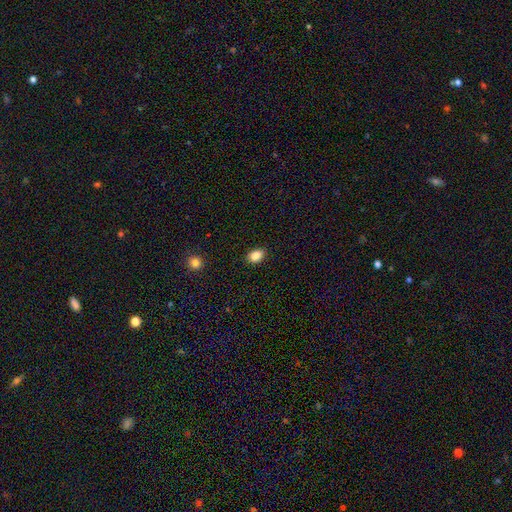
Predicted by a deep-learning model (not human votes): Smooth or featured? smooth (88%)
How rounded? in between (77%)
Merging? none (88%)